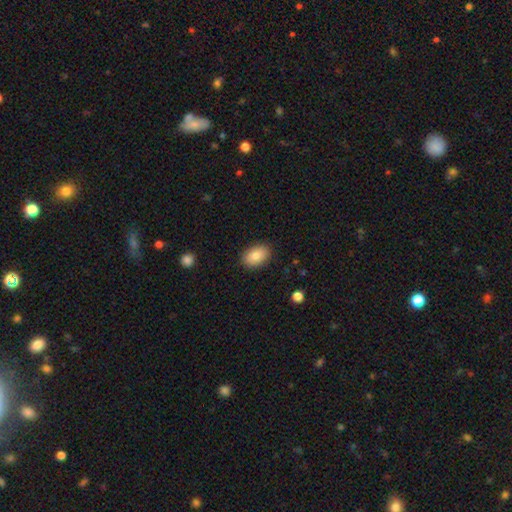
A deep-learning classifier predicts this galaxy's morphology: Smooth or featured: smooth — 84% (featured or disk — 9%)
How rounded: in between — 88% (round — 10%)
Merging: none — 88% (minor disturbance — 9%)